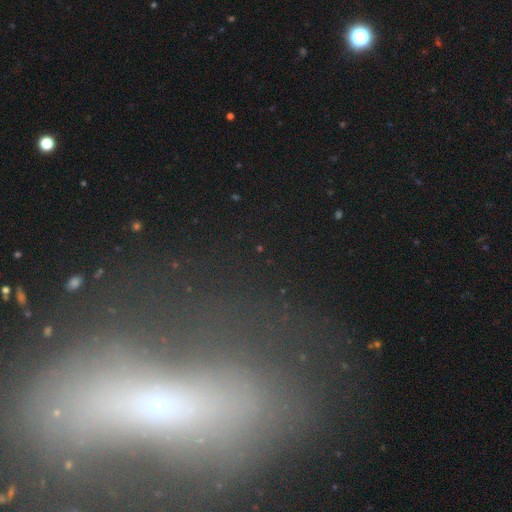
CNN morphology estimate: Smooth or featured: featured or disk — 38% (star or artifact — 33%)
Merging: none — 64% (minor disturbance — 16%)